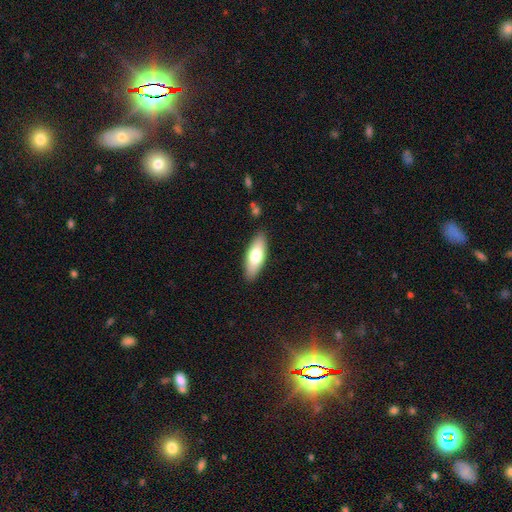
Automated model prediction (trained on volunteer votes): This appears to be a smooth galaxy with no disk features (71%) that is in between round and cigar-shaped (65%). Merging: none (87%).